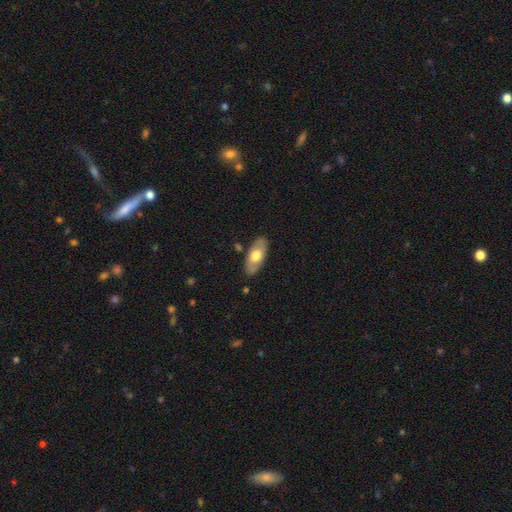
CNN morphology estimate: Smooth or featured? Predicted: smooth (p=0.58). How rounded? Predicted: in between (p=0.88). Merging? Predicted: none (p=0.84).